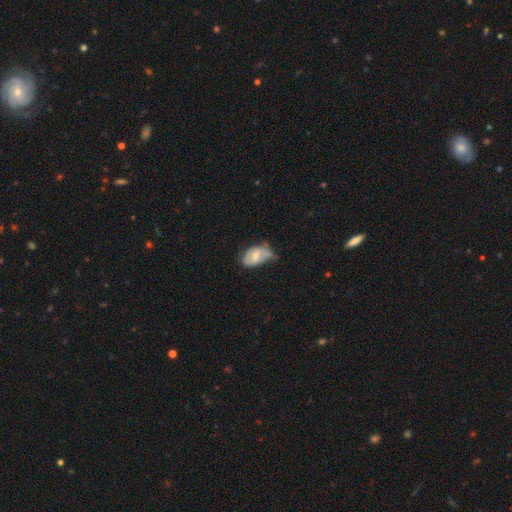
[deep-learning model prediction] Smooth or featured? Predicted: smooth (p=0.53). How rounded? Predicted: in between (p=0.90). Merging? Predicted: minor disturbance (p=0.47).